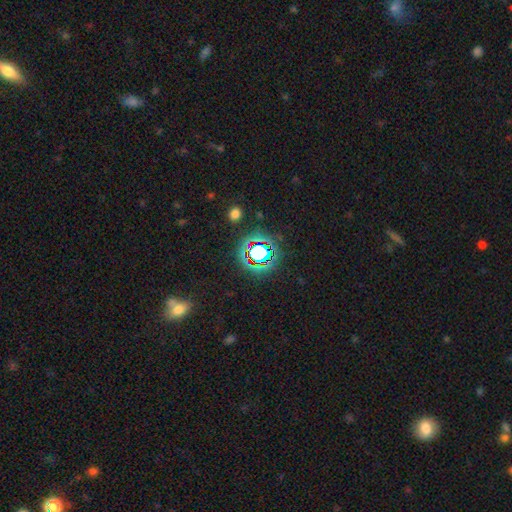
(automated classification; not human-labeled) This is likely a star or artifact rather than a galaxy (77%).